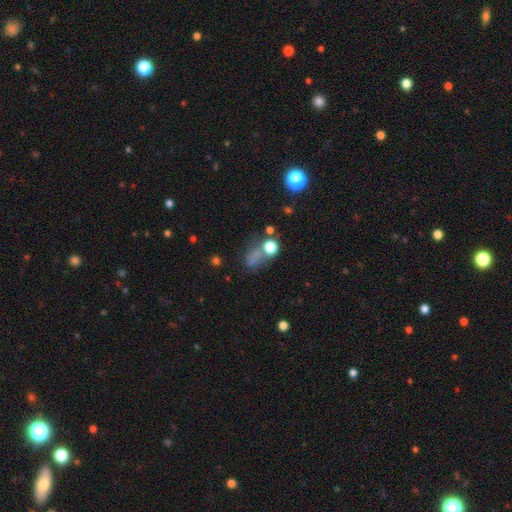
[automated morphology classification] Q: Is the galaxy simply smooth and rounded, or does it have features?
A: smooth — 59%.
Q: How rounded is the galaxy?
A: in between — 52%.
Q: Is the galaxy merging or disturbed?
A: none — 39%.